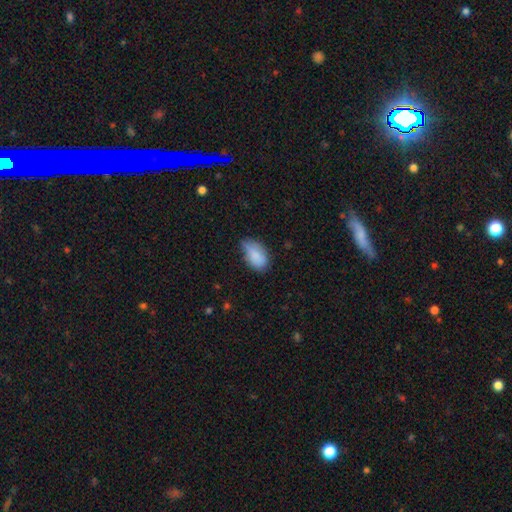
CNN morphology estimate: Smooth or featured?
  - smooth: 85% *
  - featured or disk: 8%
  - star or artifact: 7%
How rounded?
  - in between: 93% *
  - round: 5%
  - cigar-shaped: 2%
Merging?
  - none: 46% *
  - minor disturbance: 43%
  - major disturbance: 9%
  - merger: 2%